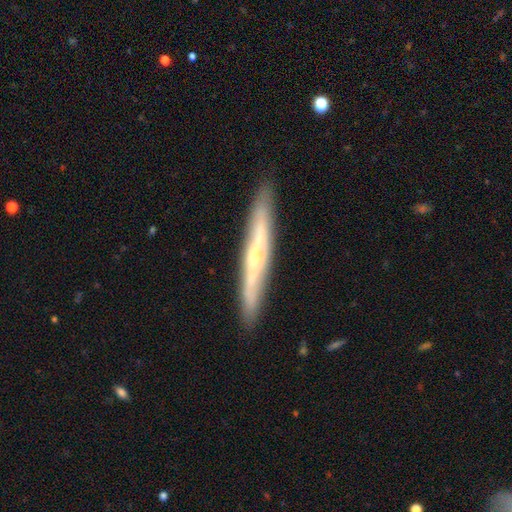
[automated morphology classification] The model was most divided on "edge-on bulge": rounded: 51%, none: 42%, boxy: 7%. More confident: merging — none (89%); edge-on disk — yes (88%); smooth or featured — featured or disk (64%).